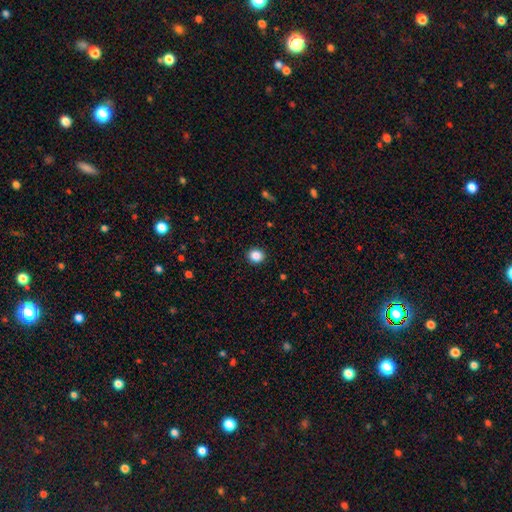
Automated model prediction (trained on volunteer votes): A smooth galaxy with no disk features (86%) that is round (82%). Merging: none (92%).